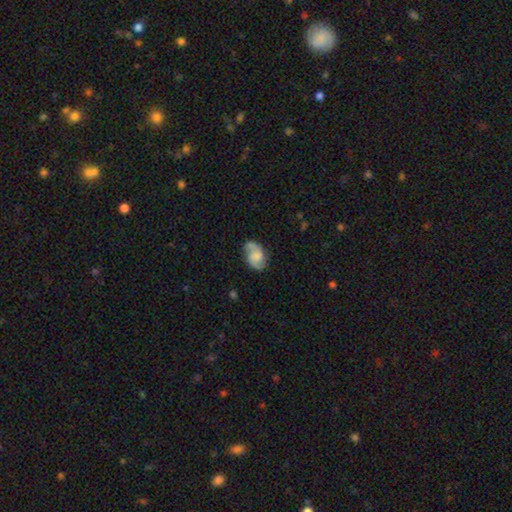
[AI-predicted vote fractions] Smooth or featured? Predicted: featured or disk (p=0.70). Edge-on disk? Predicted: no (p=0.97). Bar? Predicted: no (p=0.60). Spiral arms? Predicted: yes (p=0.94). Spiral winding? Predicted: medium (p=0.47). Spiral arm count? Predicted: 2 (p=0.89). Bulge size? Predicted: none (p=0.30). Merging? Predicted: none (p=0.69).